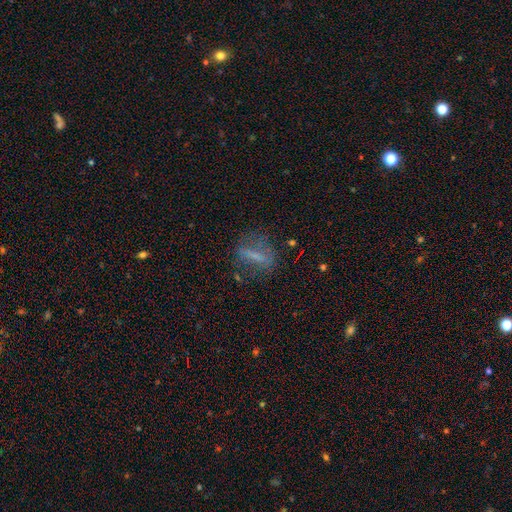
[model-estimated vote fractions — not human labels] smooth_or_featured: smooth (p=0.46) [alt: featured or disk p=0.40]
merging: none (p=0.66) [alt: minor disturbance p=0.18]